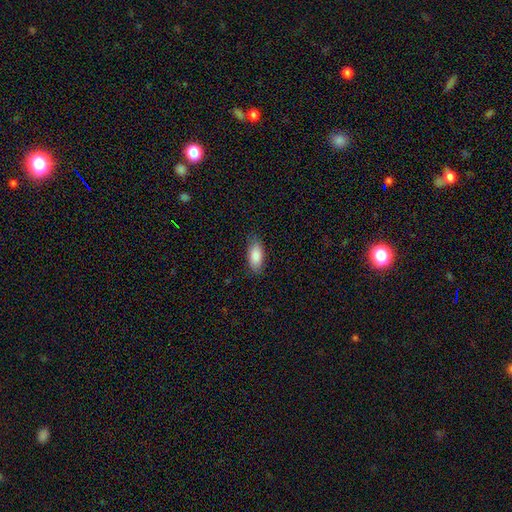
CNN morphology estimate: Smooth or featured? smooth (86%)
How rounded? in between (88%)
Merging? none (82%)